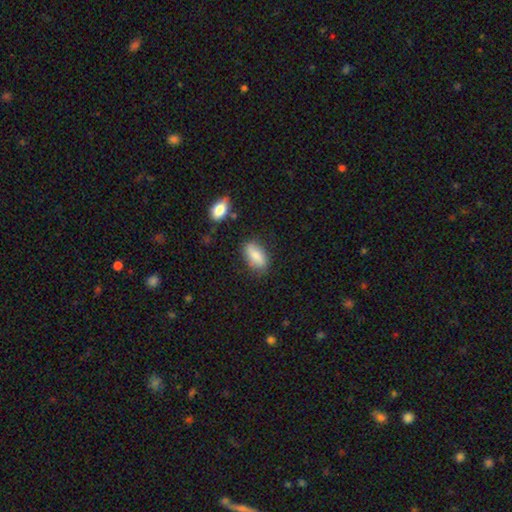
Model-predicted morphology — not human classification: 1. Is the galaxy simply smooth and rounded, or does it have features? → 82% smooth, 11% featured or disk, 7% star or artifact.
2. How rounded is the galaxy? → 88% in between, 8% cigar-shaped, 4% round.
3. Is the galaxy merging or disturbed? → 76% none, 17% minor disturbance, 4% major disturbance, 3% merger.